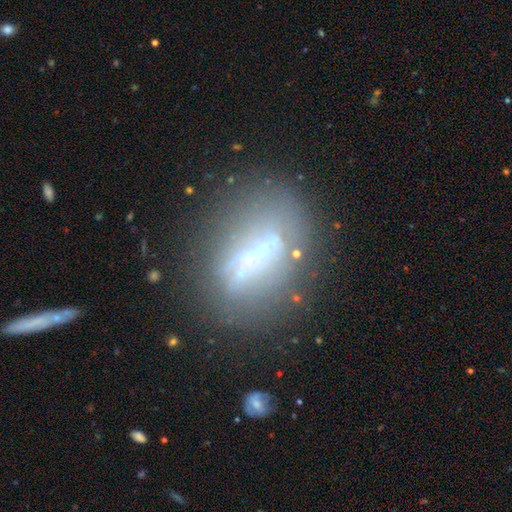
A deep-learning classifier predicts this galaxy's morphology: smooth-or-featured: featured or disk: 60% | smooth: 23% | star or artifact: 17%
  disk-edge-on: no: 64% | yes: 36%
  merging: none: 63% | minor disturbance: 17% | major disturbance: 14% | merger: 7%